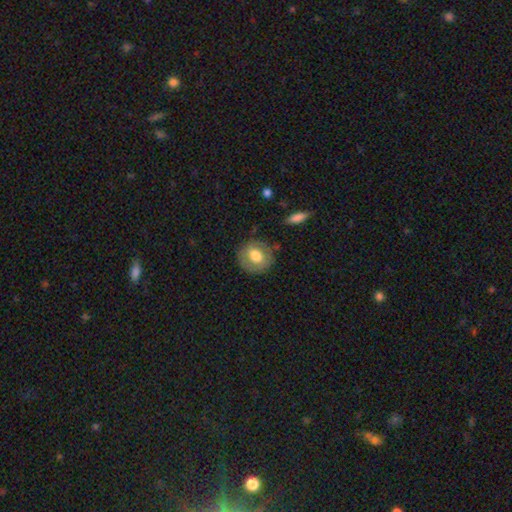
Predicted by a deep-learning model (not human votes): Smooth or featured? smooth (65%)
How rounded? round (81%)
Merging? none (81%)